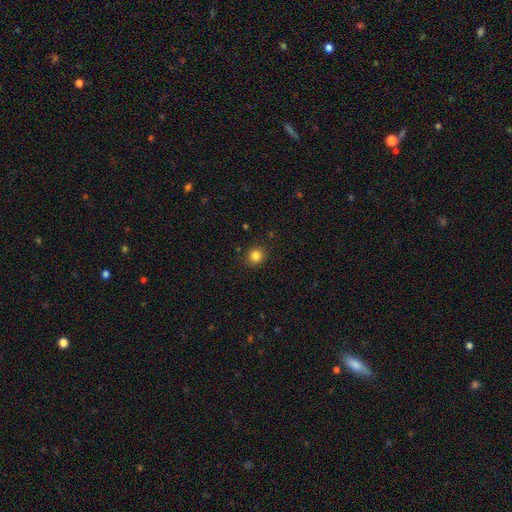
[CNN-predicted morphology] The model was most divided on "smooth or featured": smooth: 83%, star or artifact: 12%, featured or disk: 4%. More confident: merging — none (90%); how rounded — round (89%).